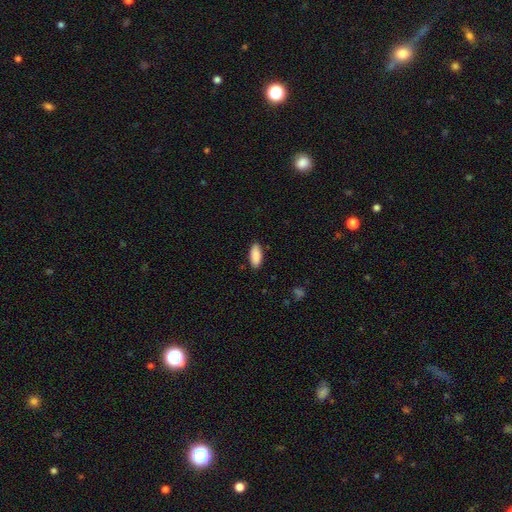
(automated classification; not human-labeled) This appears to be a smooth galaxy with no disk features (90%) that is in between round and cigar-shaped (86%). Merging: none (88%).